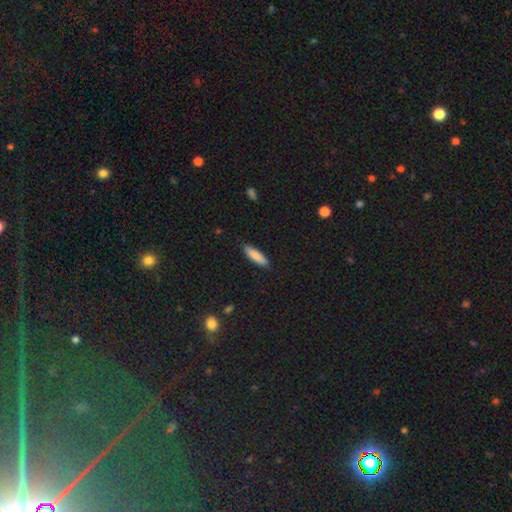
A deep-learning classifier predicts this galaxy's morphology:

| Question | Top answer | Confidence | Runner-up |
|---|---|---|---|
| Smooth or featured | smooth | 85% | featured or disk (9%) |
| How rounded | cigar-shaped | 64% | in between (35%) |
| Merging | none | 89% | minor disturbance (8%) |